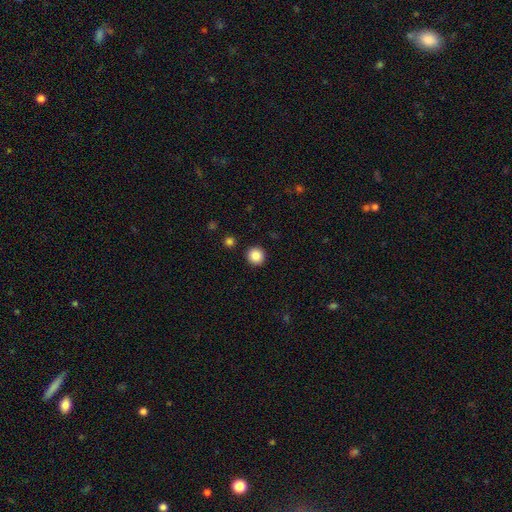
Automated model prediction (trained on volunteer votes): Smooth or featured? smooth (87%)
How rounded? round (93%)
Merging? none (92%)